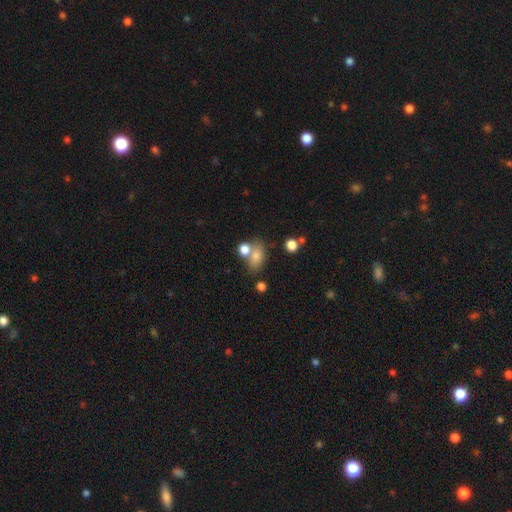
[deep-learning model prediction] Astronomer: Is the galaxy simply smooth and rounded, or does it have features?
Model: smooth — 76%.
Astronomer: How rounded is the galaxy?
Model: in between — 77%.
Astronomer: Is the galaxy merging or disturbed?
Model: none — 49% (runner-up: merger, 31%).